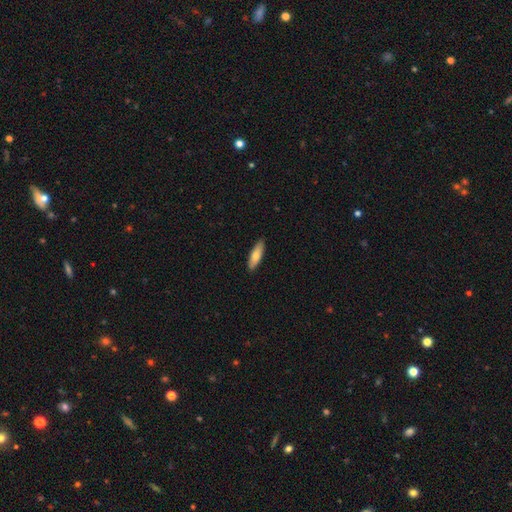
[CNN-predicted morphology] A smooth galaxy with no disk features (73%) that is cigar-shaped (49%, tied with in between). Merging: none (90%).